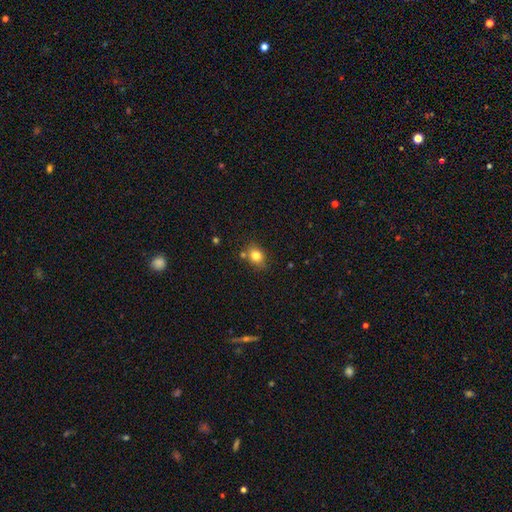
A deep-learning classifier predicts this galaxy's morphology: Smooth or featured: smooth — 80% (star or artifact — 11%)
How rounded: round — 59% (in between — 40%)
Merging: none — 72% (minor disturbance — 14%)